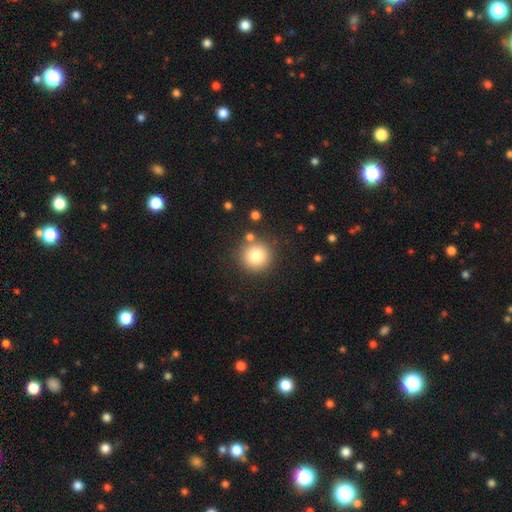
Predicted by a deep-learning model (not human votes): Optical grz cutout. It shows a smooth galaxy with no disk features (80%) that is round (95%). Merging: none (83%).